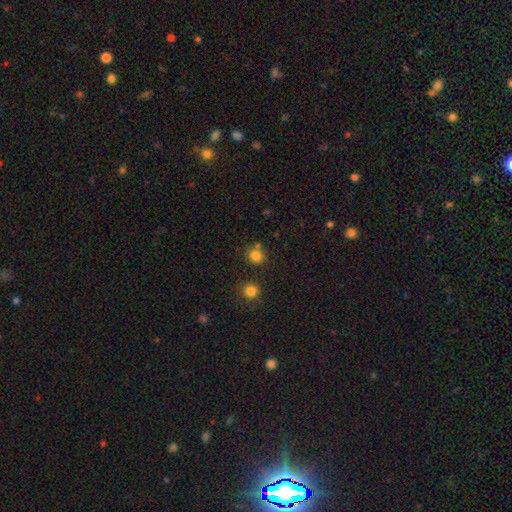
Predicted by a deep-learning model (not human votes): Smooth or featured? smooth (81%)
How rounded? round (82%)
Merging? none (72%)